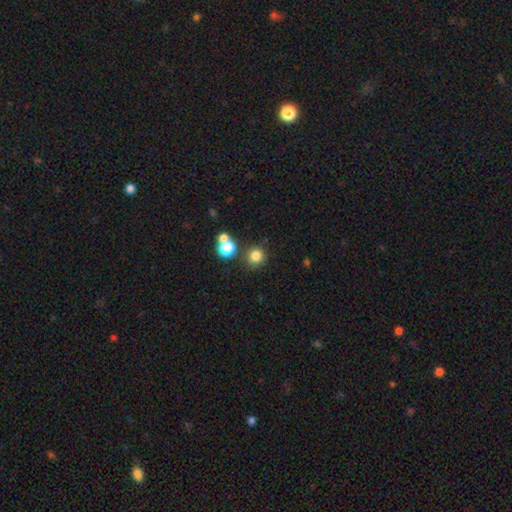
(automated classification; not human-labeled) Overall: smooth (79%). How rounded: round (91%). Merging: none (77%).